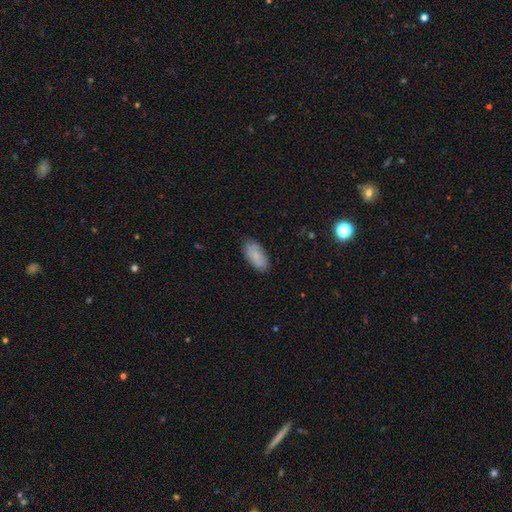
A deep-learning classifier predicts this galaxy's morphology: Smooth or featured: smooth — 81% (featured or disk — 12%)
How rounded: in between — 93% (cigar-shaped — 5%)
Merging: none — 83% (minor disturbance — 14%)